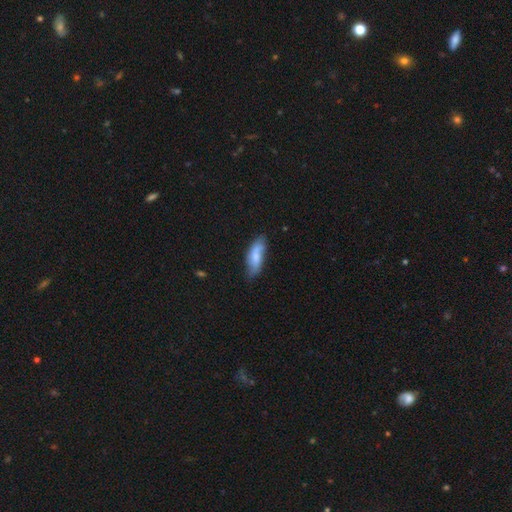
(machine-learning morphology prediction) This appears to be a smooth galaxy with no disk features (58%) that is in between round and cigar-shaped (72%). Merging: none (64%).